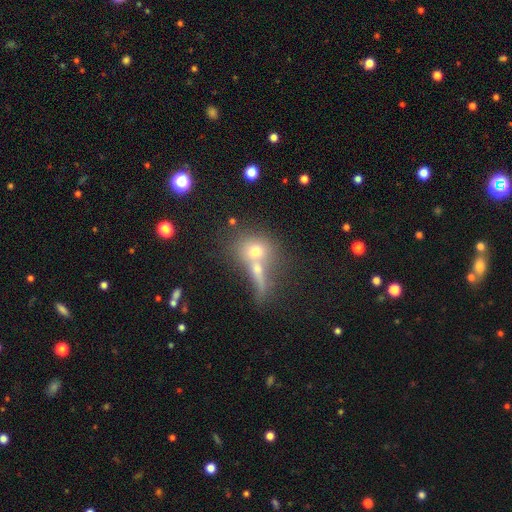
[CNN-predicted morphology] A smooth galaxy with no disk features (59%) that is round (65%). Merging: merger (56%).